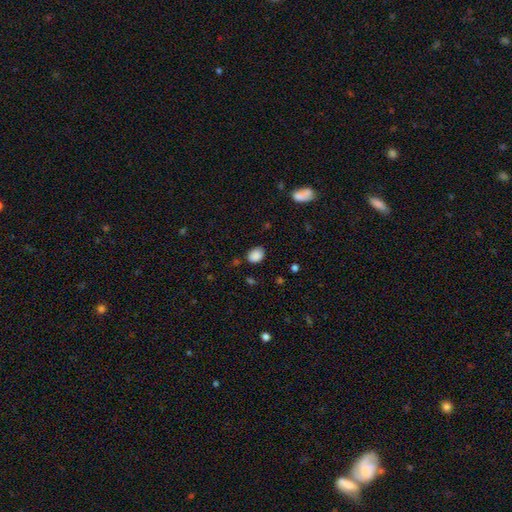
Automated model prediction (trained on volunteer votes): A smooth galaxy with no disk features (88%) that is in between round and cigar-shaped (65%).

Vote fractions:
- Smooth or featured? smooth: 88% / star or artifact: 9% / featured or disk: 3%
- How rounded? in between: 65% / round: 34% / cigar-shaped: 1%
- Merging? none: 80% / minor disturbance: 15% / major disturbance: 3% / merger: 2%